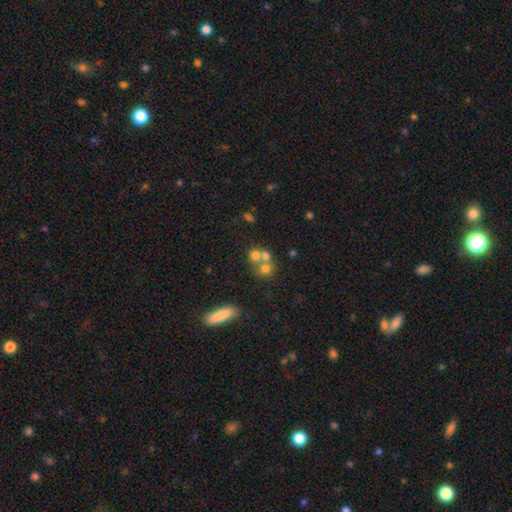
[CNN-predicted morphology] Smooth or featured: smooth — 64% (featured or disk — 21%)
How rounded: round — 74% (in between — 24%)
Merging: merger — 54% (none — 35%)